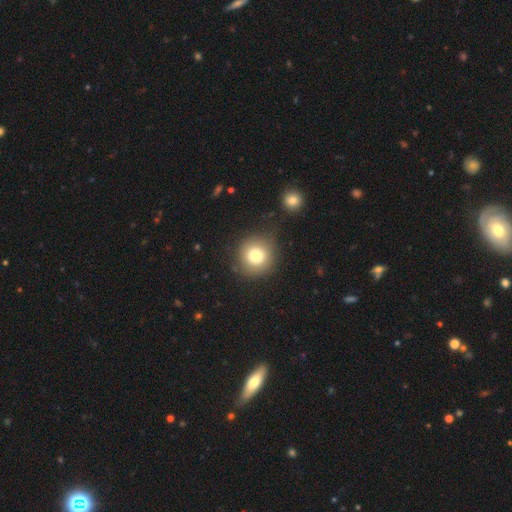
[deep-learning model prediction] The model was most divided on "smooth or featured": smooth: 76%, featured or disk: 13%, star or artifact: 11%. More confident: how rounded — round (93%); merging — none (79%).